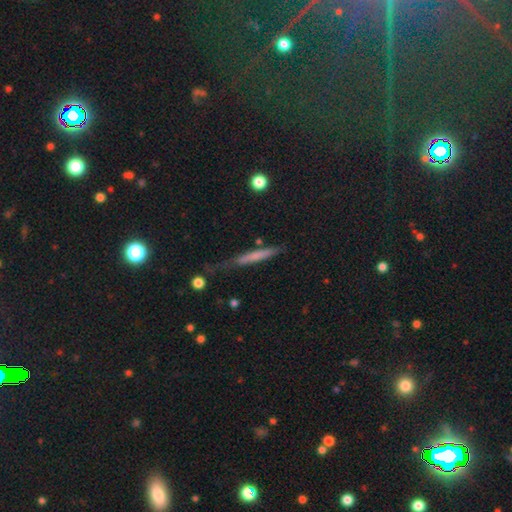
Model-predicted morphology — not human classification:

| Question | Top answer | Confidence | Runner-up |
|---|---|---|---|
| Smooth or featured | smooth | 57% | featured or disk (35%) |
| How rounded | cigar-shaped | 93% | in between (4%) |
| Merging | none | 61% | minor disturbance (25%) |